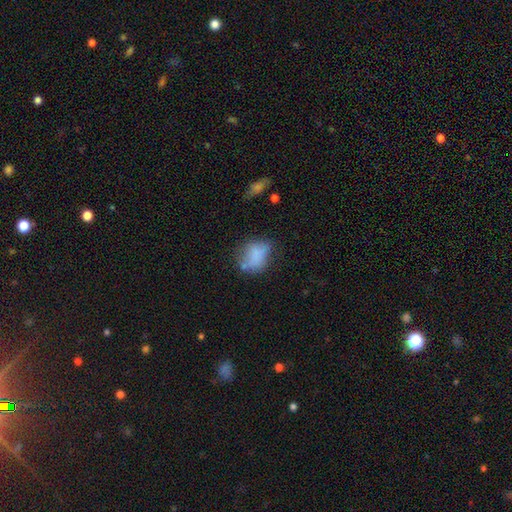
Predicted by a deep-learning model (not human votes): This is likely a smooth galaxy (72%). How rounded: likely in between (62%). Merging: marginally none (42%).